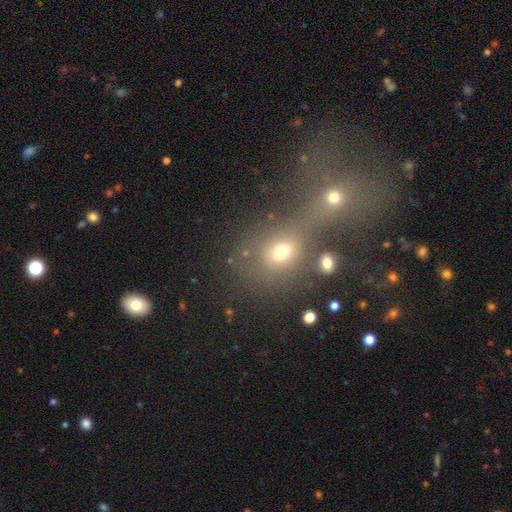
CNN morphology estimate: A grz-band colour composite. It shows a smooth galaxy with no disk features (47%). Merging: merger (69%).